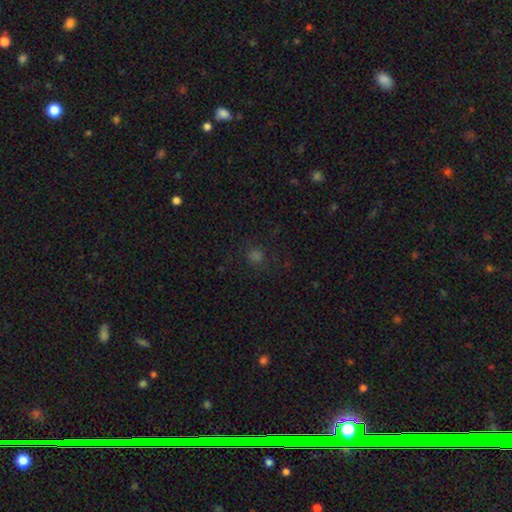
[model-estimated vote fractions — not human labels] Smooth or featured: smooth — 60% (star or artifact — 34%)
How rounded: round — 89% (in between — 10%)
Merging: none — 84% (minor disturbance — 10%)